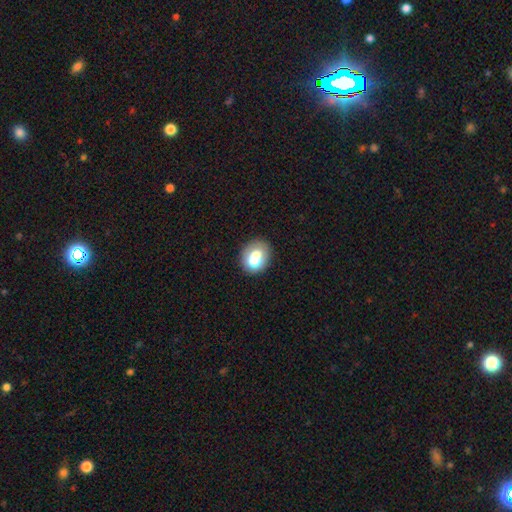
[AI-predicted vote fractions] Morphology: type=smooth (65%); roundness=round (55%); merging=none (49%).